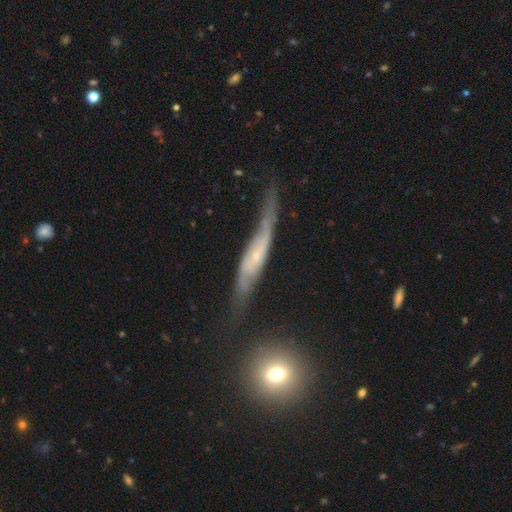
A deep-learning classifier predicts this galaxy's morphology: This is likely a featured or disk galaxy (75%). It is possibly viewed edge-on (52%). Merging: possibly none (51%).